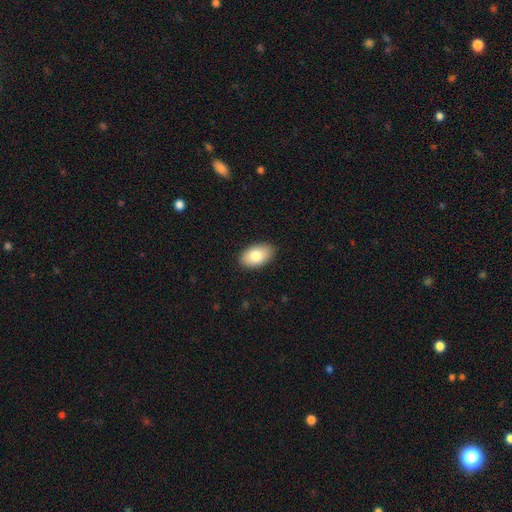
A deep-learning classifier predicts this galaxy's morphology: Smooth or featured? Predicted: smooth (p=0.80). How rounded? Predicted: in between (p=0.93). Merging? Predicted: none (p=0.88).